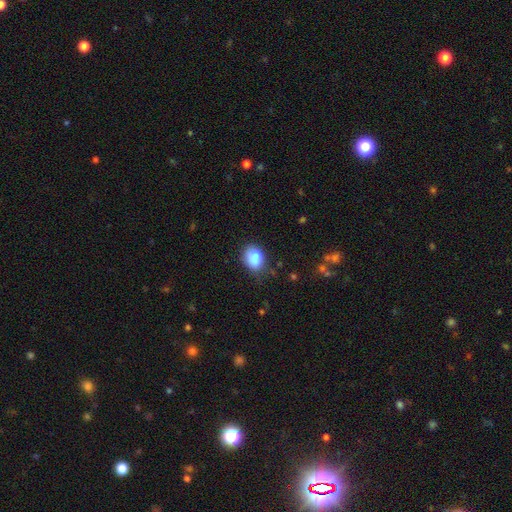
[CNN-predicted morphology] type=smooth (83%); roundness=in between (62%); merging=none (66%).